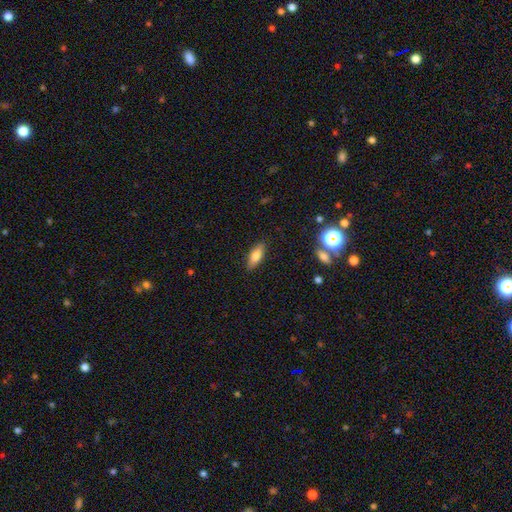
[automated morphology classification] A smooth galaxy with no disk features (70%) that is in between round and cigar-shaped (69%). Merging: none (87%).